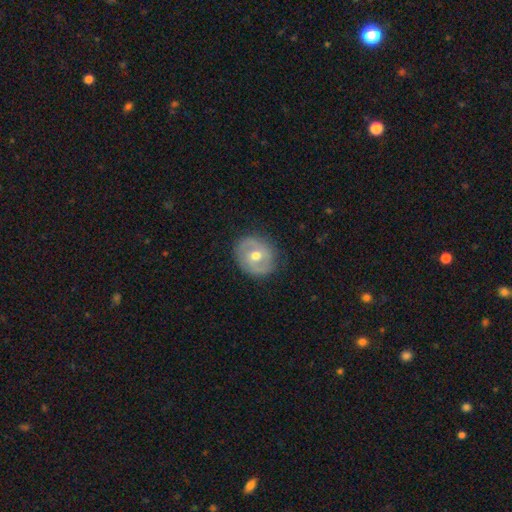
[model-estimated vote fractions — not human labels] The model was most divided on "spiral arms": yes: 55%, no: 45%. More confident: edge-on disk — no (96%); merging — none (82%); bulge size — moderate (79%); smooth or featured — featured or disk (59%); bar — no (57%).